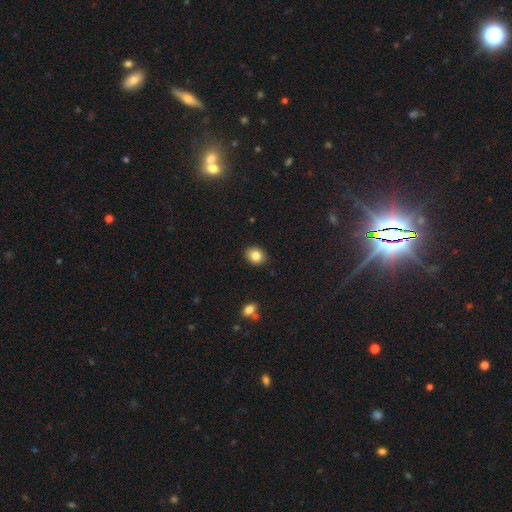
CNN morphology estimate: smooth 85%, star or artifact 9%, featured or disk 6%. Down the decision tree: how rounded — round (60%); merging — none (90%).